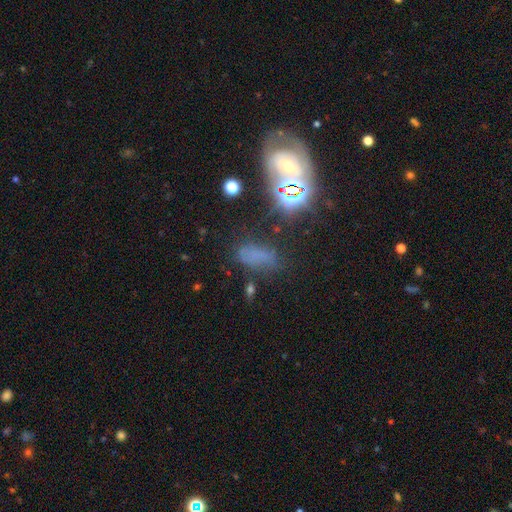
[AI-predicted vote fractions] A smooth galaxy with no disk features (48%). Merging: none (51%).